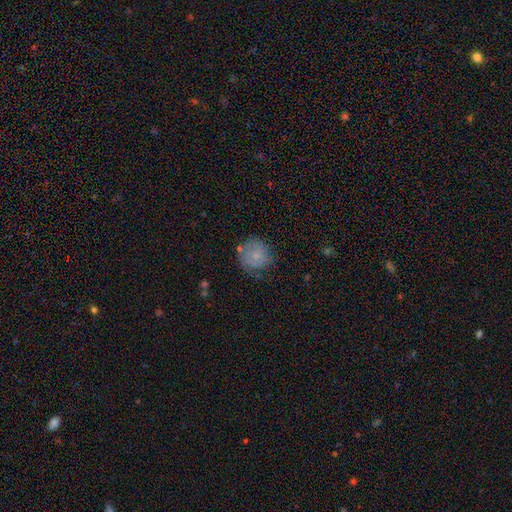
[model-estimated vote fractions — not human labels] Overall: smooth (61%; featured or disk 30%). How rounded: round (90%). Merging: none (63%; minor disturbance 24%).